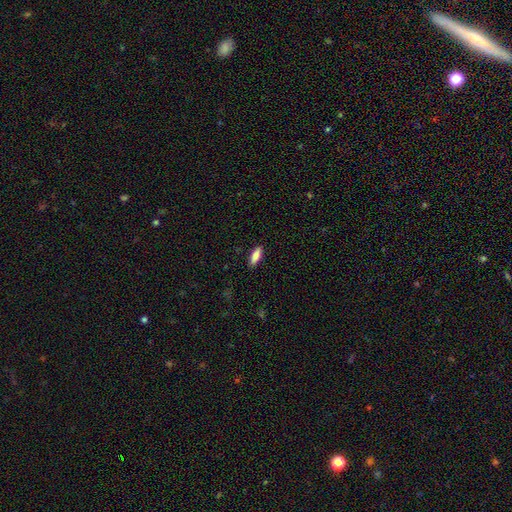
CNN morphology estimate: Q: Smooth or featured?
A: smooth (85%); runner-up: featured or disk (9%)
Q: How rounded?
A: in between (66%); runner-up: cigar-shaped (32%)
Q: Merging?
A: none (89%); runner-up: minor disturbance (8%)